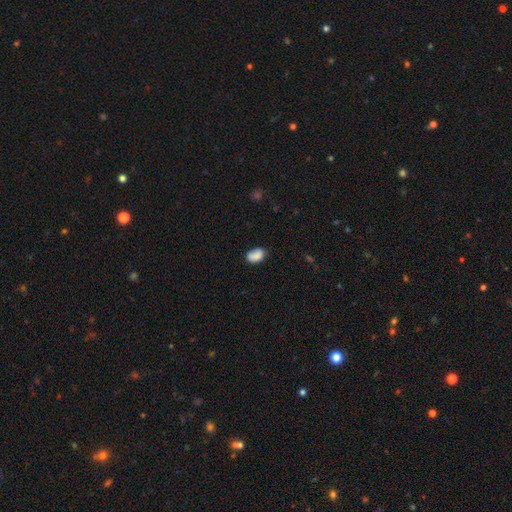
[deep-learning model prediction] Smooth or featured? Predicted: smooth (p=0.83). How rounded? Predicted: in between (p=0.85). Merging? Predicted: none (p=0.64).